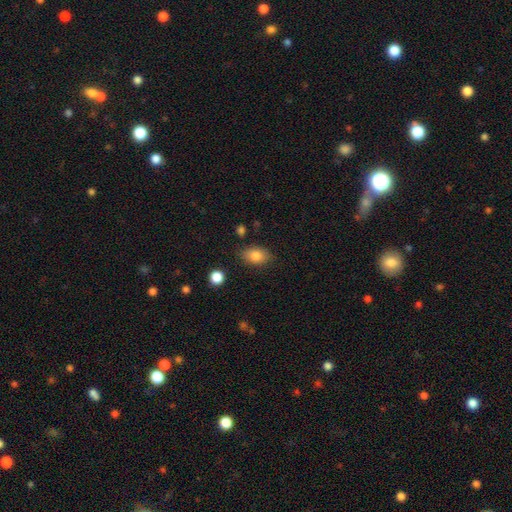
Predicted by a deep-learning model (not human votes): Q: Smooth or featured?
A: smooth (84%); runner-up: star or artifact (8%)
Q: How rounded?
A: in between (83%); runner-up: round (15%)
Q: Merging?
A: none (82%); runner-up: minor disturbance (13%)